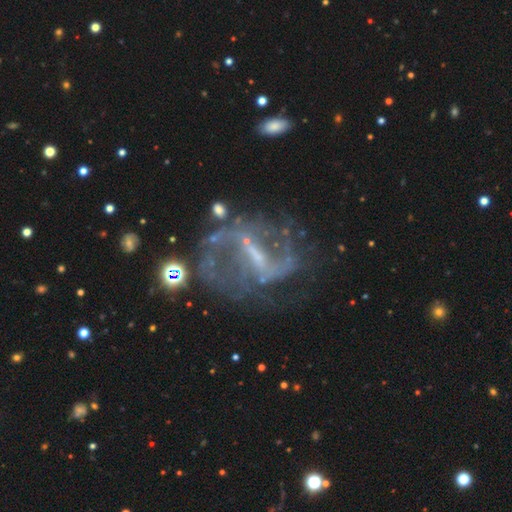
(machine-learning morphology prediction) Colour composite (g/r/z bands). It shows a featured or disk galaxy (82%) with a strong bar (55%), 2 (71%) loose (44%) spiral arms (84%) and a small central bulge (48%). Merging: none (57%).